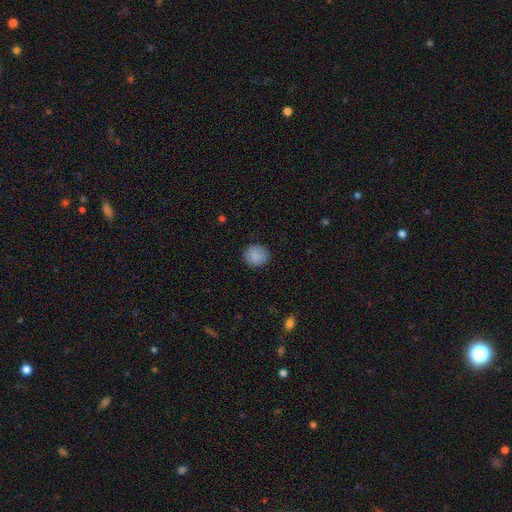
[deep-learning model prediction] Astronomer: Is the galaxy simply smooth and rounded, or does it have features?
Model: smooth — 87%.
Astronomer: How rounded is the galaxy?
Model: round — 89%.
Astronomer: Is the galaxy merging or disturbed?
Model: none — 89%.